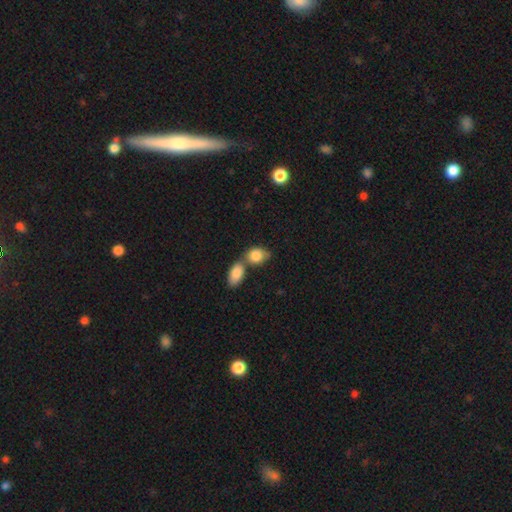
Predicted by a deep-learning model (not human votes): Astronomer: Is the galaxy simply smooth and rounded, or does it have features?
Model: smooth — 85%.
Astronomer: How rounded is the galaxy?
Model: in between — 67%.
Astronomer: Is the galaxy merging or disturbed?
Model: merger — 54% (runner-up: none, 31%).